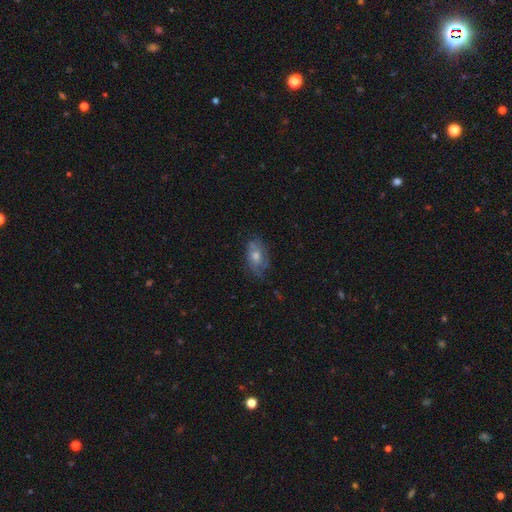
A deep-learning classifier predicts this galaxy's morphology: type=featured or disk (49%); merging=none (68%).